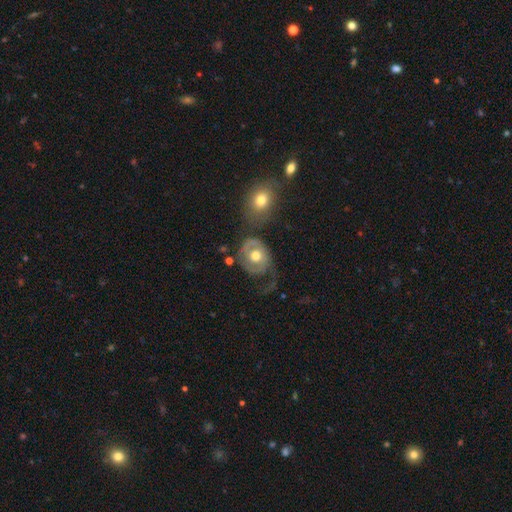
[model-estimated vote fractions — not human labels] This appears to be a featured or disk galaxy (66%) with no bar (83%), spiral arms (73%) and a moderate central bulge (77%). Merging: none (38%).